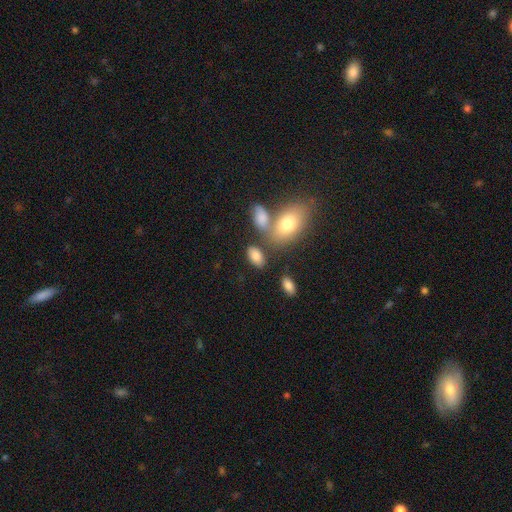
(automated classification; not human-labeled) Smooth or featured? smooth (81%)
How rounded? in between (91%)
Merging? none (67%)